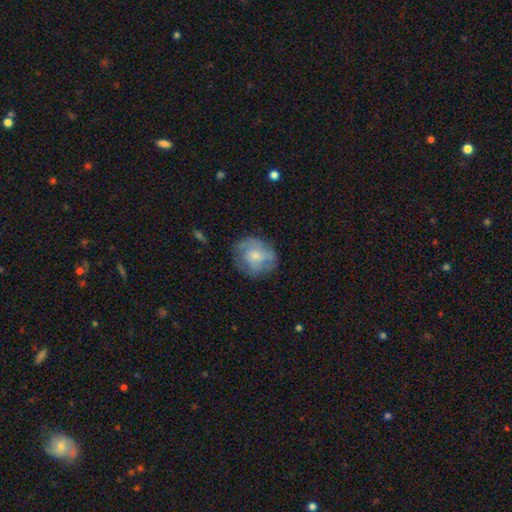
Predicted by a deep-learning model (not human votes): Smooth or featured?
  - smooth: 47% *
  - featured or disk: 46%
  - star or artifact: 7%
Merging?
  - none: 67% *
  - minor disturbance: 21%
  - major disturbance: 10%
  - merger: 2%